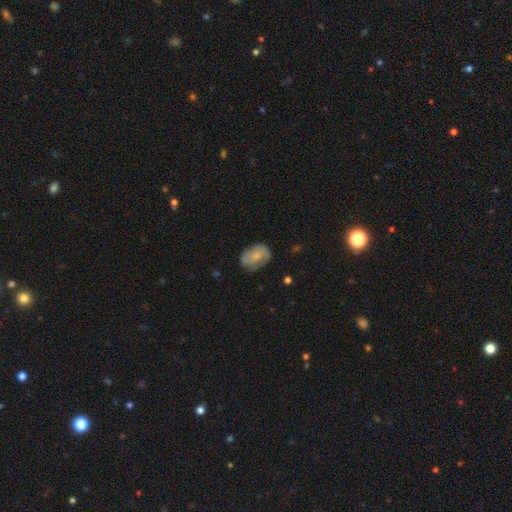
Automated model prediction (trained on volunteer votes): smooth_or_featured: smooth (p=0.61) [alt: featured or disk p=0.32]
how_rounded: in between (p=0.75) [alt: round p=0.24]
merging: none (p=0.65) [alt: minor disturbance p=0.25]